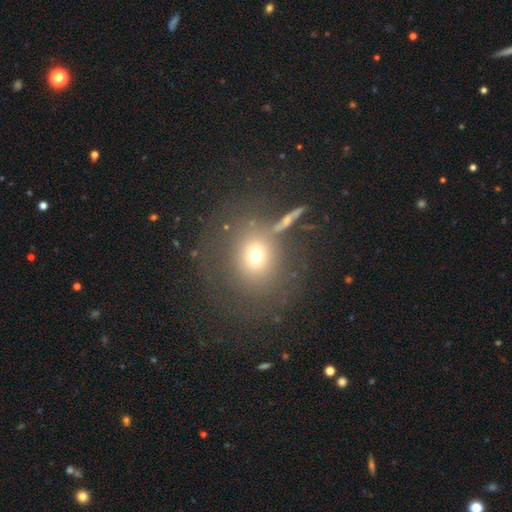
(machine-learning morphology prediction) A smooth galaxy with no disk features (66%) that is round (78%). Merging: none (68%).